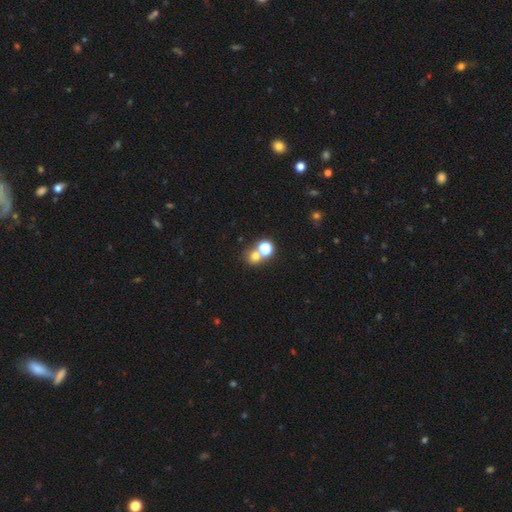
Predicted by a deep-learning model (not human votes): Smooth or featured?
  - smooth: 67% *
  - star or artifact: 23%
  - featured or disk: 10%
How rounded?
  - round: 83% *
  - in between: 16%
  - cigar-shaped: 1%
Merging?
  - none: 52% *
  - merger: 38%
  - minor disturbance: 6%
  - major disturbance: 4%